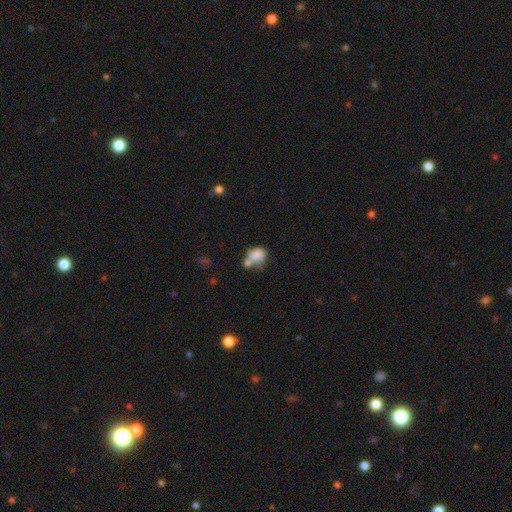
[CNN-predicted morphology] type=smooth (78%); roundness=round (52%); merging=merger (50%).